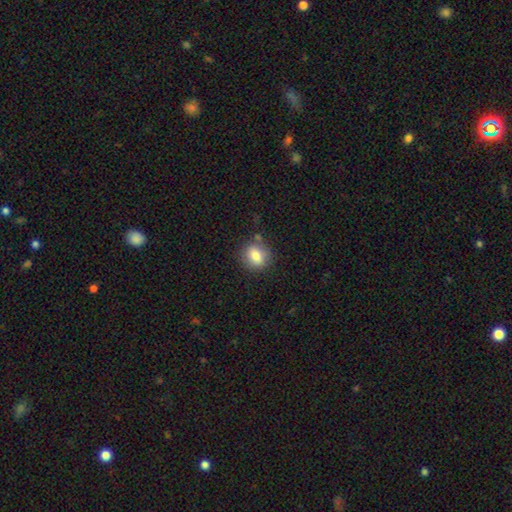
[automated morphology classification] smooth 81%, featured or disk 10%, star or artifact 9%. Down the decision tree: how rounded — round (62%); merging — none (78%).